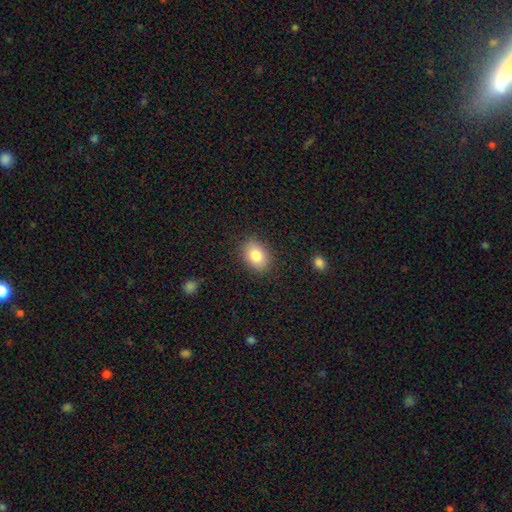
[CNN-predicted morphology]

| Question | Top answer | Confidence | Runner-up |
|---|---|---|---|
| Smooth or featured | smooth | 83% | featured or disk (9%) |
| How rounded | in between | 75% | round (24%) |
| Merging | none | 87% | minor disturbance (9%) |